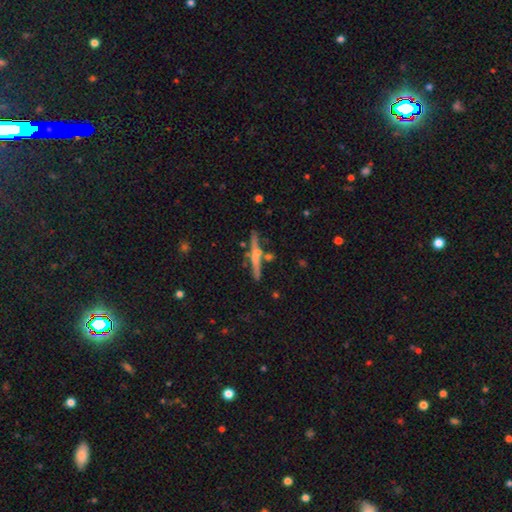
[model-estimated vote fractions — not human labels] Q: Smooth or featured?
A: featured or disk (52%); runner-up: smooth (41%)
Q: Edge-on disk?
A: yes (94%); runner-up: no (6%)
Q: Merging?
A: none (73%); runner-up: minor disturbance (13%)